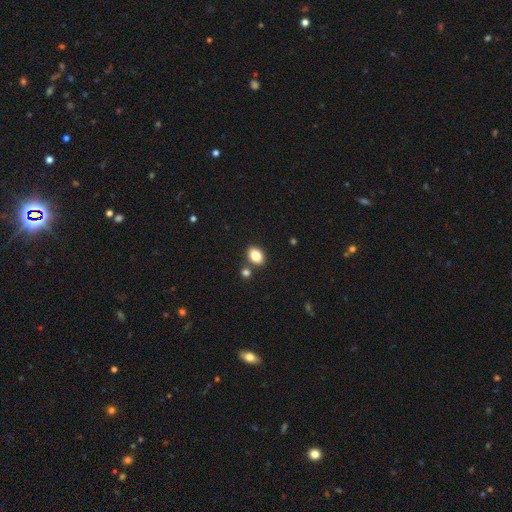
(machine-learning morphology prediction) Overall: smooth (85%). How rounded: in between (77%). Merging: none (77%).